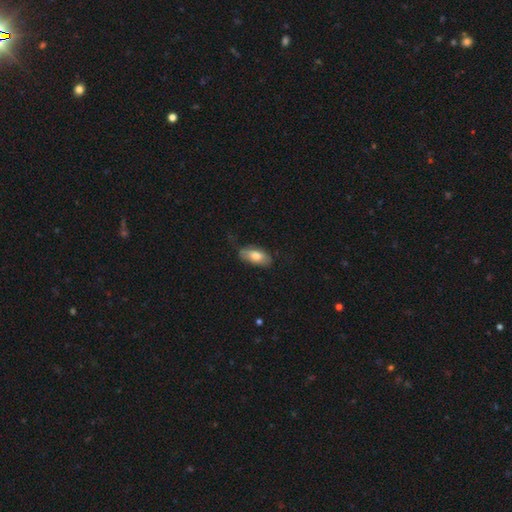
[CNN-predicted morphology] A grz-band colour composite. It shows a smooth galaxy with no disk features (74%) that is in between round and cigar-shaped (89%). Merging: none (68%).